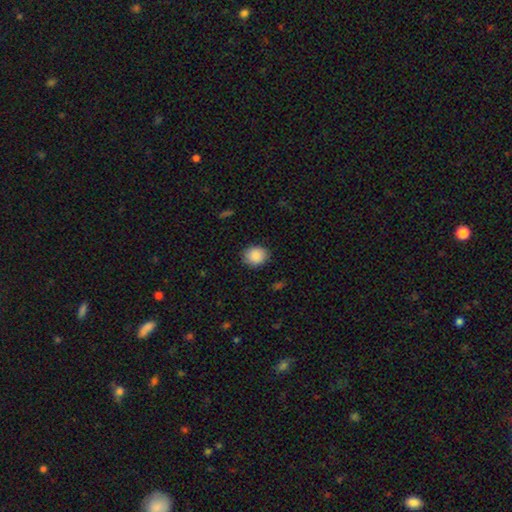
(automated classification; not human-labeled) The model was most divided on "how rounded": round: 68%, in between: 31%, cigar-shaped: 1%. More confident: smooth or featured — smooth (89%); merging — none (86%).